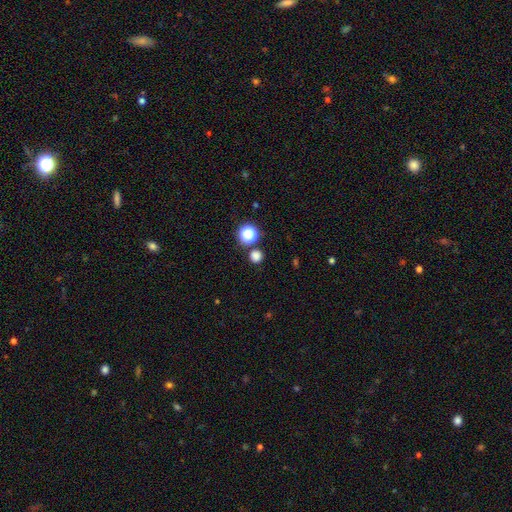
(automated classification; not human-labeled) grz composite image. It shows a smooth galaxy with no disk features (76%) that is round (92%). Merging: none (81%).